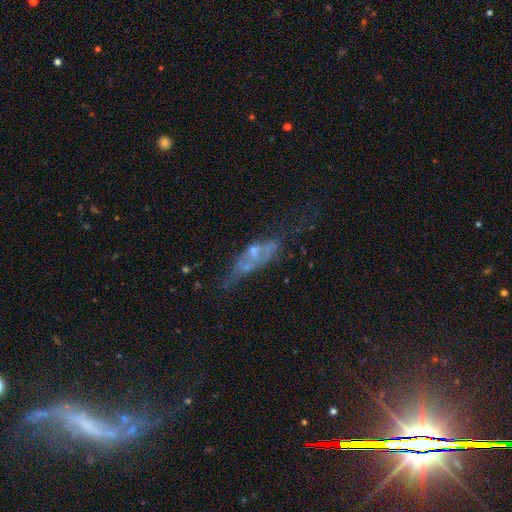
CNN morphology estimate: A featured or disk galaxy (50%).

Vote fractions:
- Smooth or featured? featured or disk: 50% / smooth: 30% / star or artifact: 20%
- Merging? none: 34% / major disturbance: 29% / minor disturbance: 21% / merger: 17%